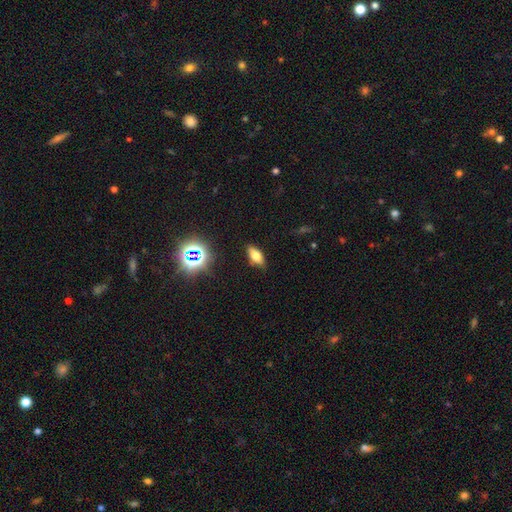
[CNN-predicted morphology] smooth 58%, featured or disk 26%, star or artifact 16%. Down the decision tree: how rounded — in between (76%); merging — none (86%).